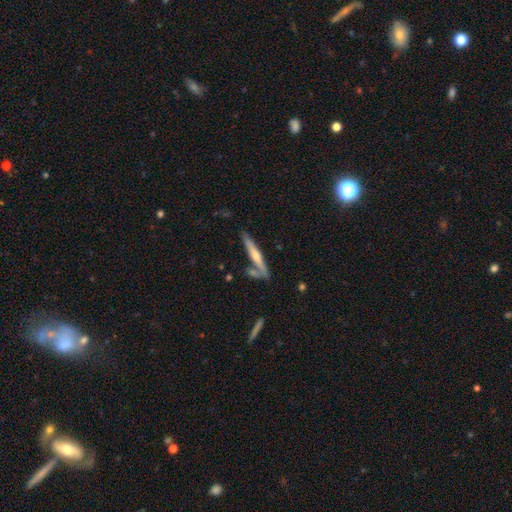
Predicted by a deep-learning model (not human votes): Smooth or featured?
  - featured or disk: 54% *
  - smooth: 41%
  - star or artifact: 6%
Edge-on disk?
  - yes: 94% *
  - no: 6%
Edge-on bulge?
  - rounded: 75% *
  - none: 19%
  - boxy: 6%
Merging?
  - none: 70% *
  - minor disturbance: 14%
  - merger: 13%
  - major disturbance: 3%